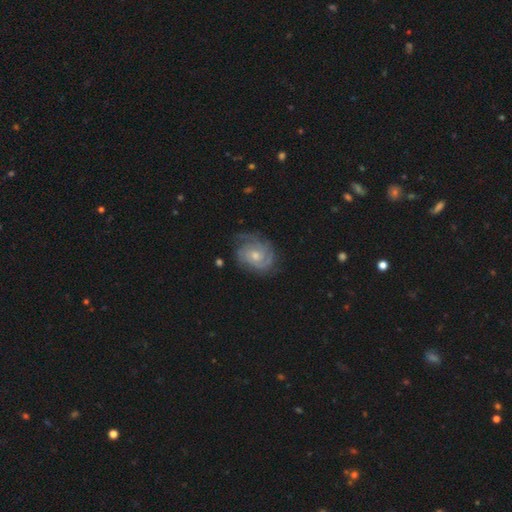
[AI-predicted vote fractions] smooth_or_featured: featured or disk (p=0.84) [alt: smooth p=0.11]
disk_edge_on: no (p=0.98) [alt: yes p=0.02]
bar: no (p=0.71) [alt: weak p=0.26]
has_spiral_arms: yes (p=0.96) [alt: no p=0.04]
spiral_winding: tight (p=0.68) [alt: medium p=0.26]
spiral_arm_count: 2 (p=0.30) [alt: can't tell p=0.27]
bulge_size: moderate (p=0.56) [alt: small p=0.38]
merging: none (p=0.70) [alt: minor disturbance p=0.21]